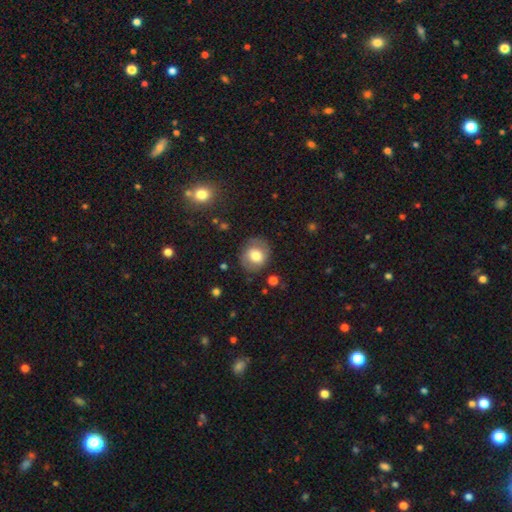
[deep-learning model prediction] Smooth or featured: smooth — 67% (featured or disk — 25%)
How rounded: round — 71% (in between — 28%)
Merging: none — 78% (minor disturbance — 15%)